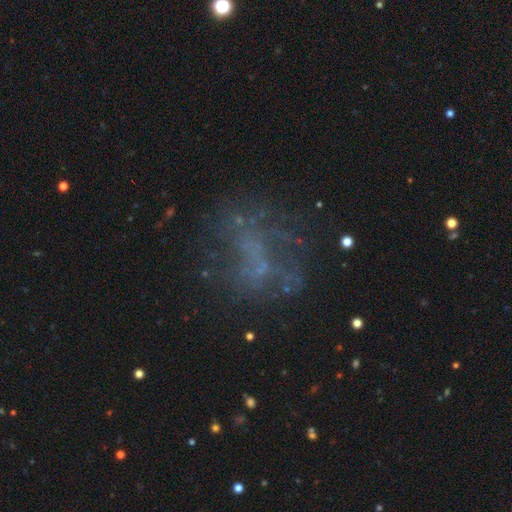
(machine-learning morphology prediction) Smooth or featured? Predicted: featured or disk (p=0.49). Merging? Predicted: none (p=0.55).